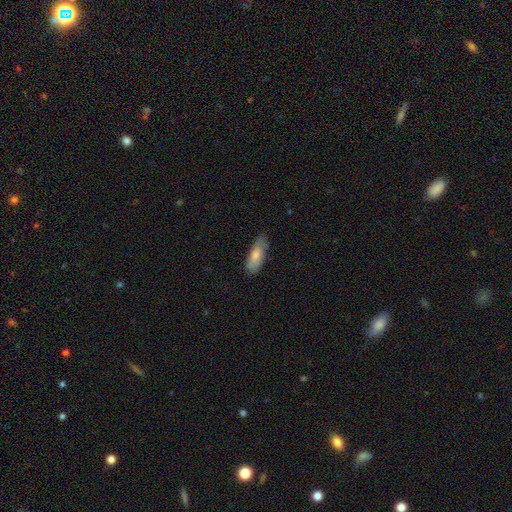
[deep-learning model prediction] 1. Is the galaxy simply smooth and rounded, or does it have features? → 76% smooth, 19% featured or disk, 6% star or artifact.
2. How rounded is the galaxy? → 66% in between, 32% cigar-shaped, 2% round.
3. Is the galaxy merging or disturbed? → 72% none, 23% minor disturbance, 4% major disturbance, 1% merger.